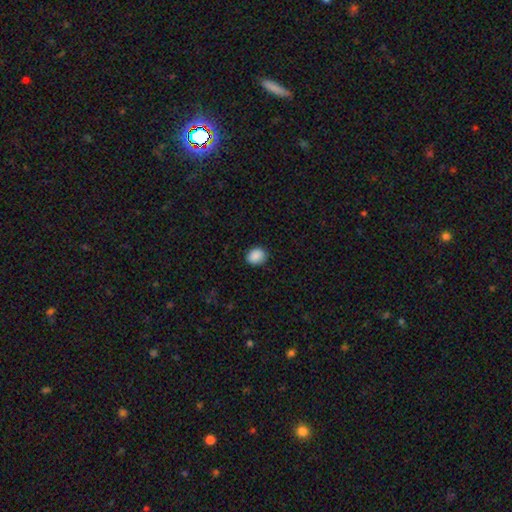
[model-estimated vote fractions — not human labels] A smooth galaxy with no disk features (89%) that is round (57%).

Vote fractions:
- Smooth or featured? smooth: 89% / star or artifact: 8% / featured or disk: 3%
- How rounded? round: 57% / in between: 42% / cigar-shaped: 1%
- Merging? none: 87% / minor disturbance: 10% / major disturbance: 2% / merger: 1%